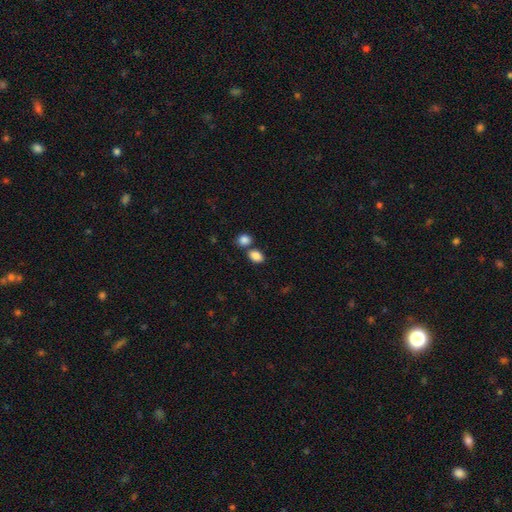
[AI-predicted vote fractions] Q: Smooth or featured?
A: smooth (87%); runner-up: star or artifact (9%)
Q: How rounded?
A: in between (77%); runner-up: round (22%)
Q: Merging?
A: none (58%); runner-up: merger (29%)